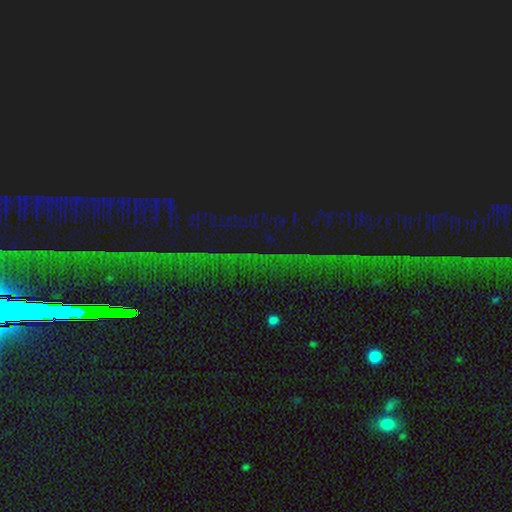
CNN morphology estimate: star or artifact 82%, smooth 9%, featured or disk 9%.